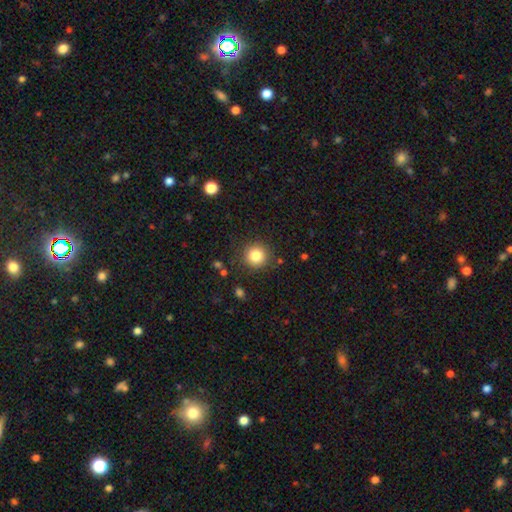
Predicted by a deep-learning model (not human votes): Smooth or featured? Predicted: smooth (p=0.82). How rounded? Predicted: round (p=0.93). Merging? Predicted: none (p=0.88).